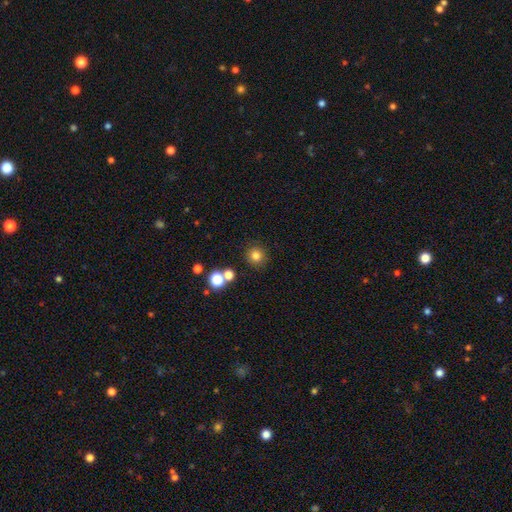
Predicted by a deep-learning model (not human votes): Smooth or featured?
  - smooth: 79% *
  - star or artifact: 15%
  - featured or disk: 6%
How rounded?
  - round: 94% *
  - in between: 5%
  - cigar-shaped: 1%
Merging?
  - none: 84% *
  - minor disturbance: 7%
  - merger: 6%
  - major disturbance: 3%